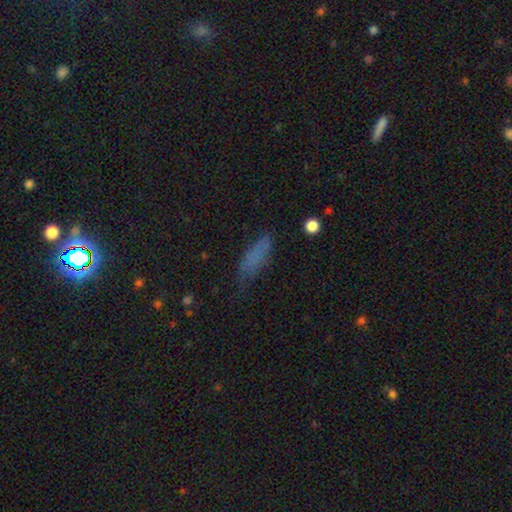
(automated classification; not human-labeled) smooth 73%, star or artifact 14%, featured or disk 14%. Down the decision tree: how rounded — in between (50%); merging — none (60%).